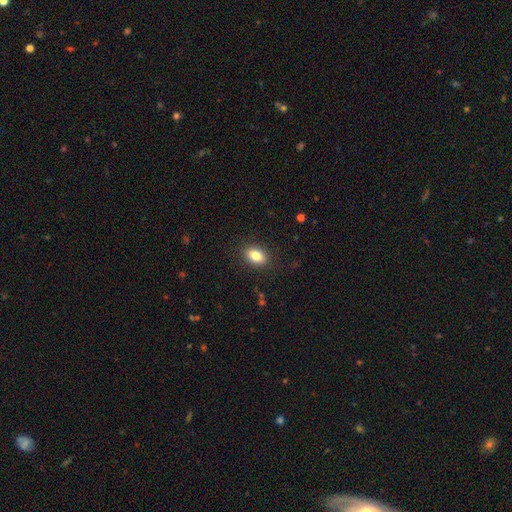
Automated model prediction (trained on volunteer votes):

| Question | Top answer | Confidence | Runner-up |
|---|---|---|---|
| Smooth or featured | smooth | 84% | featured or disk (8%) |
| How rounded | in between | 85% | round (12%) |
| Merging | none | 88% | minor disturbance (9%) |